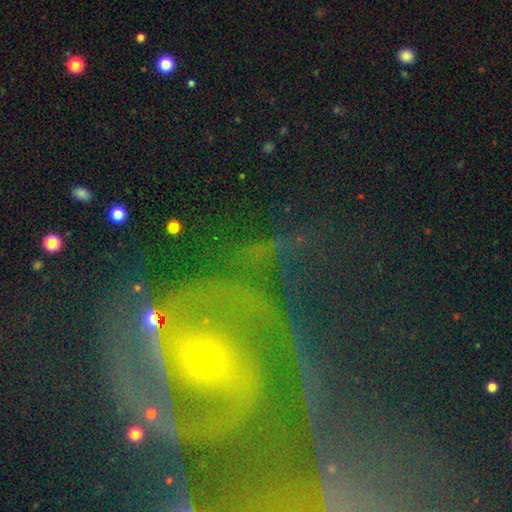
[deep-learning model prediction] A featured or disk galaxy (70%) with no bar (48%), 2 (46%) tight (55%) spiral arms (92%) and a small central bulge (50%).

Vote fractions:
- Smooth or featured? featured or disk: 70% / star or artifact: 20% / smooth: 11%
- Edge-on disk? no: 95% / yes: 5%
- Bar? no: 48% / weak: 28% / strong: 24%
- Spiral arms? yes: 92% / no: 8%
- Spiral winding? tight: 55% / medium: 35% / loose: 10%
- Spiral arm count? 2: 46% / can't tell: 16% / 3: 14% / 4: 8% / 1: 8% / more than 4: 8%
- Bulge size? small: 50% / moderate: 44% / large: 3% / none: 2% / dominant: 2%
- Merging? none: 72% / minor disturbance: 14% / major disturbance: 10% / merger: 4%